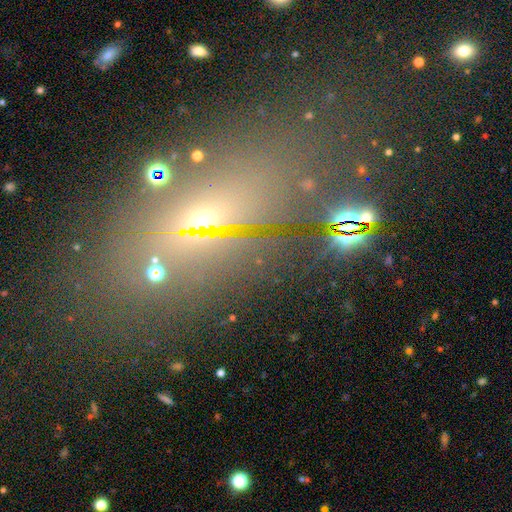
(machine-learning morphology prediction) Smooth or featured?
  - star or artifact: 35% *
  - smooth: 34%
  - featured or disk: 31%